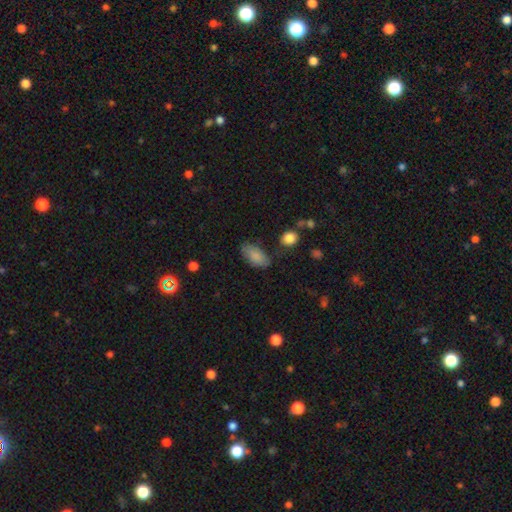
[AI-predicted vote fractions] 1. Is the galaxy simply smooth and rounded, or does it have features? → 84% smooth, 8% featured or disk, 7% star or artifact.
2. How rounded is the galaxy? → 93% in between, 4% round, 4% cigar-shaped.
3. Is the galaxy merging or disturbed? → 67% none, 23% minor disturbance, 6% major disturbance, 3% merger.